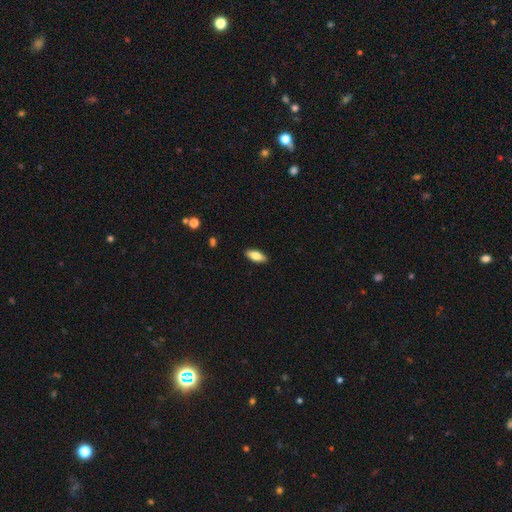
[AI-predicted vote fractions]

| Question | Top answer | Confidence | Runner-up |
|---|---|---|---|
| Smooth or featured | smooth | 82% | featured or disk (12%) |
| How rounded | in between | 84% | cigar-shaped (14%) |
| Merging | none | 90% | minor disturbance (8%) |